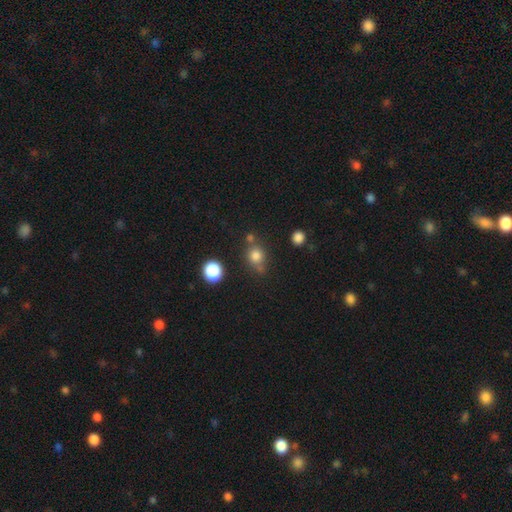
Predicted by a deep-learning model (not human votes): Smooth or featured: smooth — 79% (star or artifact — 14%)
How rounded: round — 80% (in between — 19%)
Merging: none — 61% (merger — 18%)